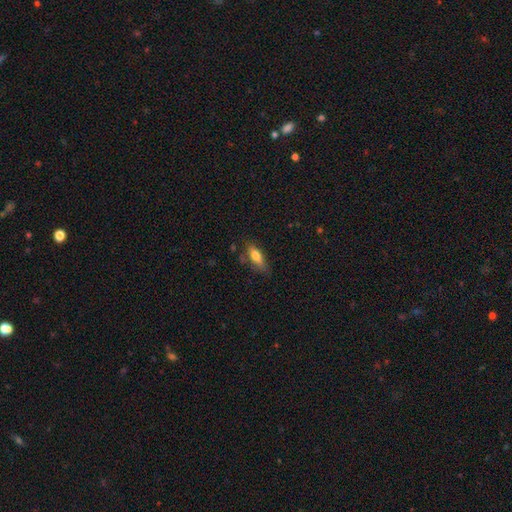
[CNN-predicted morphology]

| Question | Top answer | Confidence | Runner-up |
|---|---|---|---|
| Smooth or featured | smooth | 71% | featured or disk (22%) |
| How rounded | in between | 56% | cigar-shaped (42%) |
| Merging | none | 71% | minor disturbance (20%) |